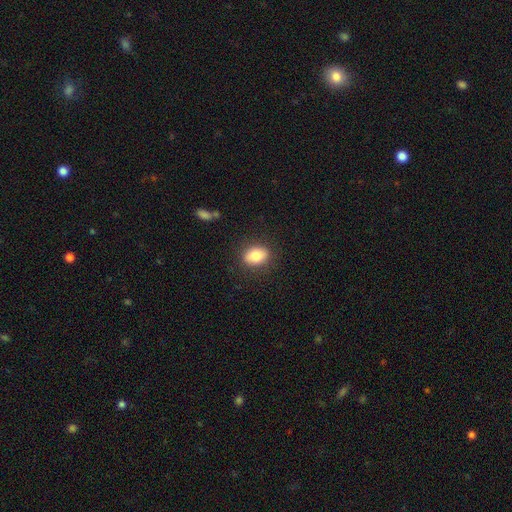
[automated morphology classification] The model was most divided on "how rounded": in between: 75%, round: 23%, cigar-shaped: 2%. More confident: merging — none (86%); smooth or featured — smooth (83%).